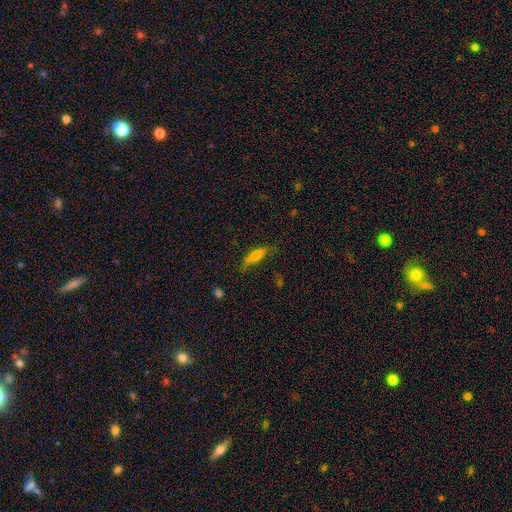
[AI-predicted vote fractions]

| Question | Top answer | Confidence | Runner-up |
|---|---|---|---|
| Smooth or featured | smooth | 62% | featured or disk (29%) |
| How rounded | cigar-shaped | 63% | in between (34%) |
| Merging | none | 64% | minor disturbance (26%) |